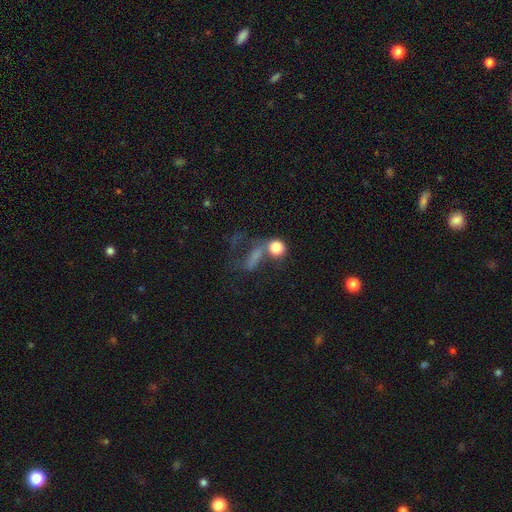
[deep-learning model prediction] This is possibly a smooth galaxy (48%). Merging: marginally major disturbance (32%).